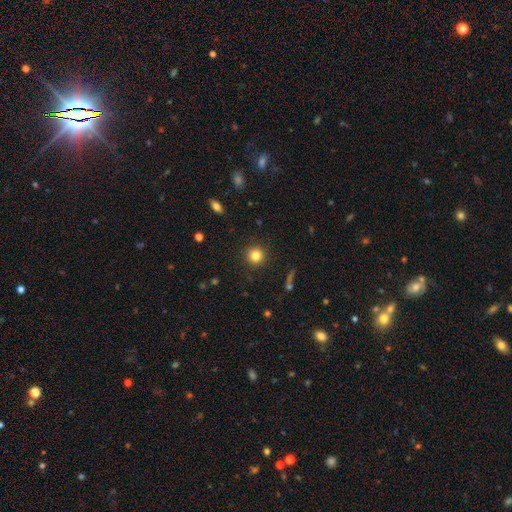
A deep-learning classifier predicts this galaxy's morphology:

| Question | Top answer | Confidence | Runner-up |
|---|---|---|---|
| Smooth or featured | smooth | 82% | star or artifact (11%) |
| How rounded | round | 93% | in between (6%) |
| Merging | none | 91% | minor disturbance (6%) |